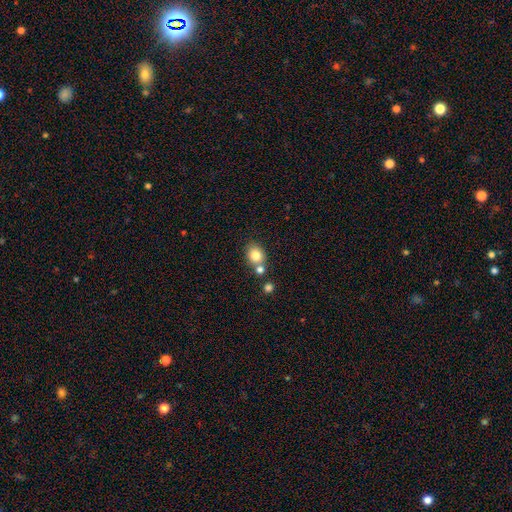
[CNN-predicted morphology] Q: Smooth or featured?
A: smooth (80%); runner-up: star or artifact (11%)
Q: How rounded?
A: round (62%); runner-up: in between (37%)
Q: Merging?
A: none (60%); runner-up: merger (27%)